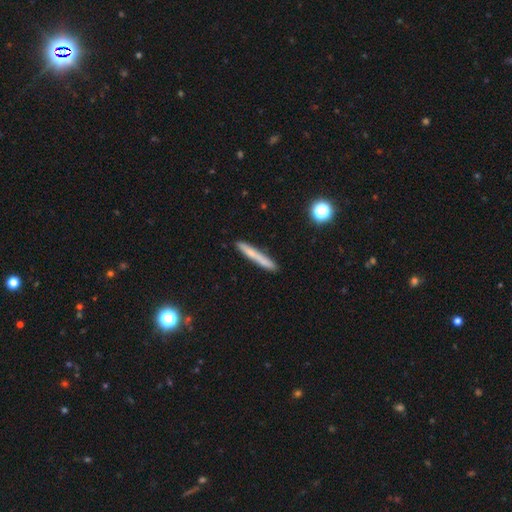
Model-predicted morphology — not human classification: Smooth or featured: smooth — 60% (featured or disk — 32%)
How rounded: cigar-shaped — 96% (in between — 3%)
Merging: none — 86% (minor disturbance — 10%)